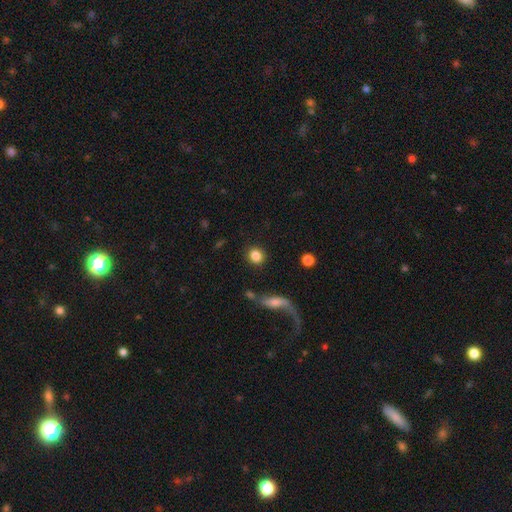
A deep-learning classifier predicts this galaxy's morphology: A smooth galaxy with no disk features (84%) that is round (80%). Merging: none (83%).